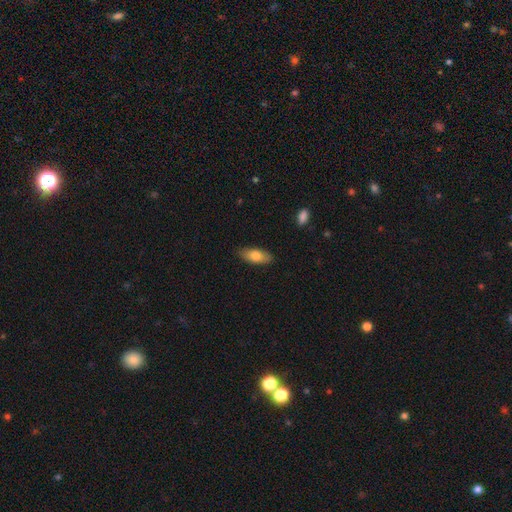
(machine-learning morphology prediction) This appears to be a smooth galaxy with no disk features (76%) that is in between round and cigar-shaped (82%). Merging: none (85%).